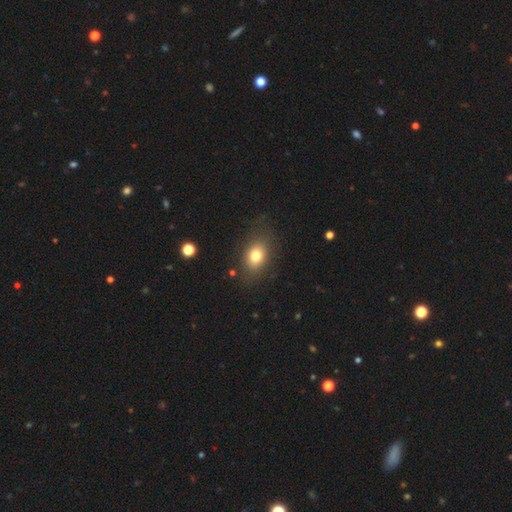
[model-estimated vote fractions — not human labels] Smooth or featured: smooth — 76% (featured or disk — 13%)
How rounded: in between — 69% (round — 29%)
Merging: none — 78% (minor disturbance — 14%)